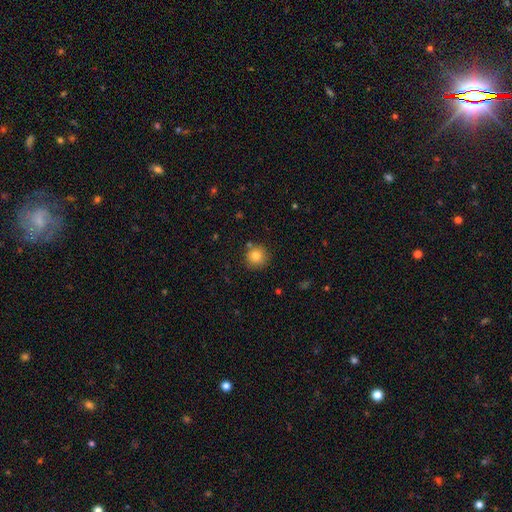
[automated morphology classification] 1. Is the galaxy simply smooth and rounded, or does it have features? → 82% smooth, 11% star or artifact, 7% featured or disk.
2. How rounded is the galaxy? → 94% round, 5% in between, 1% cigar-shaped.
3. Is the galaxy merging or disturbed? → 84% none, 9% minor disturbance, 4% merger, 3% major disturbance.